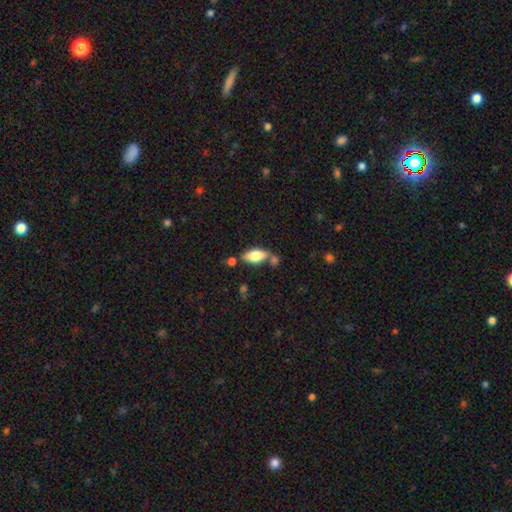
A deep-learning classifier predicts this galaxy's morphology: The model was most divided on "merging": none: 61%, merger: 19%, minor disturbance: 16%, major disturbance: 5%. More confident: how rounded — in between (84%); smooth or featured — smooth (72%).